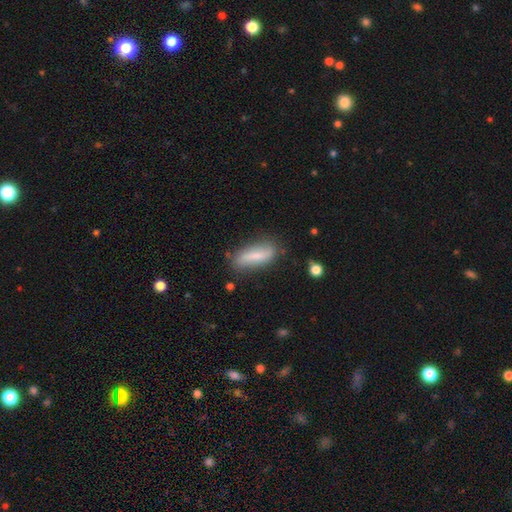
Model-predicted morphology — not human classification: Smooth or featured: smooth — 66% (featured or disk — 27%)
How rounded: in between — 60% (cigar-shaped — 38%)
Merging: none — 72% (minor disturbance — 20%)